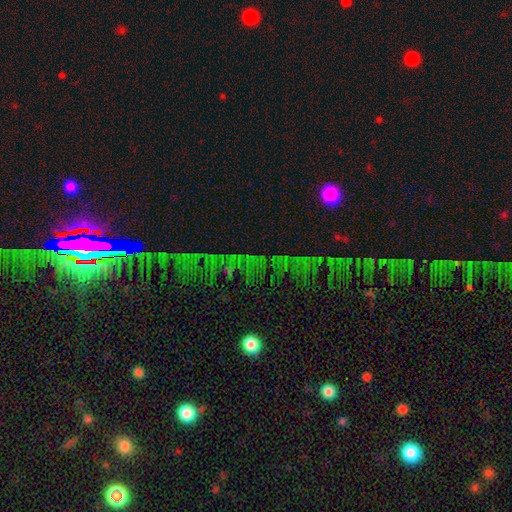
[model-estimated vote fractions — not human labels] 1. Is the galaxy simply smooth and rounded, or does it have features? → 74% star or artifact, 14% smooth, 11% featured or disk.